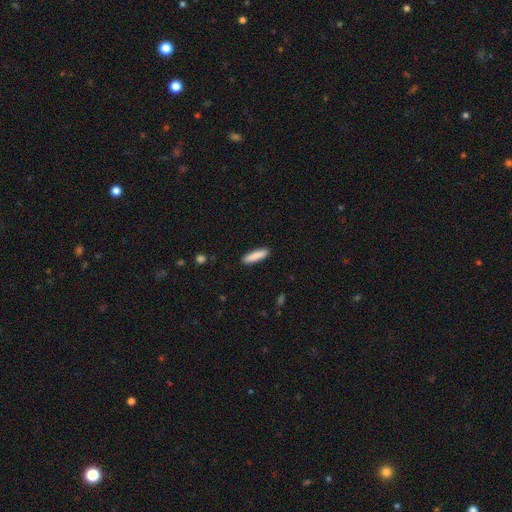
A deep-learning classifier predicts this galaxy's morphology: This is clearly a smooth galaxy (88%). How rounded: likely cigar-shaped (74%). Merging: clearly none (90%).